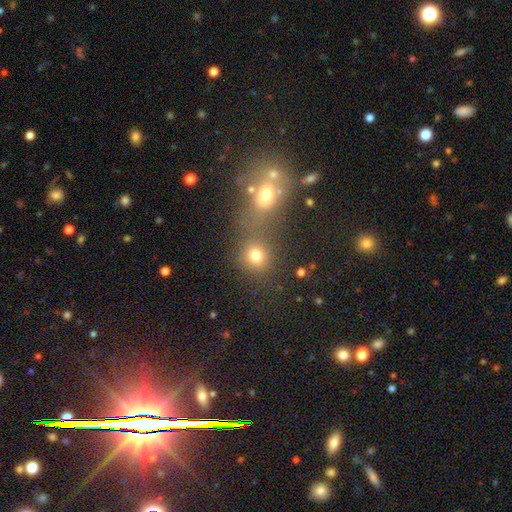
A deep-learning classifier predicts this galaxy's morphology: This appears to be a smooth galaxy with no disk features (76%) that is round (83%). Merging: none (52%).